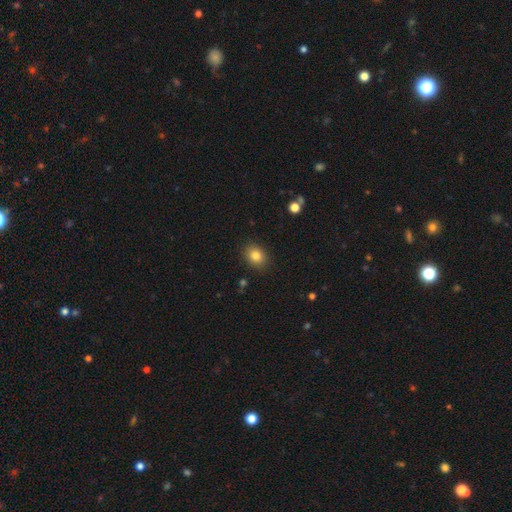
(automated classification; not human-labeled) Overall: smooth (82%). How rounded: in between (51%; round 48%). Merging: none (88%).